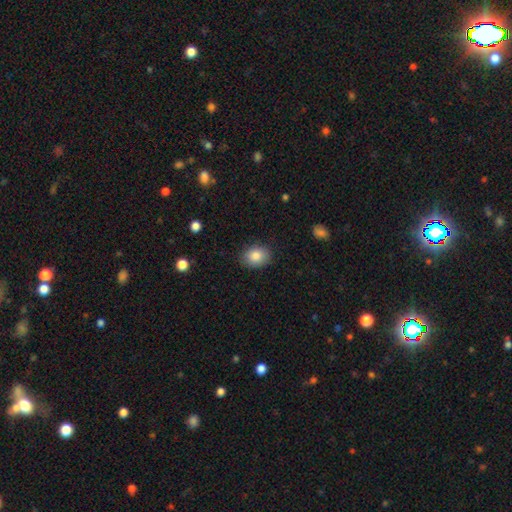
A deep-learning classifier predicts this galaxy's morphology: The model was most divided on "how rounded": in between: 58%, round: 41%, cigar-shaped: 1%. More confident: smooth or featured — smooth (85%); merging — none (85%).